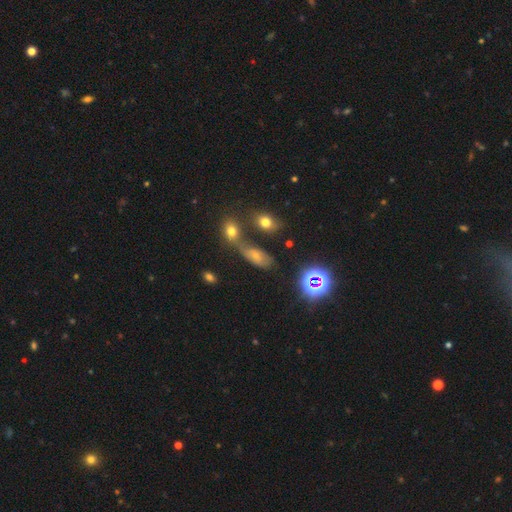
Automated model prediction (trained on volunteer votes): This is possibly a smooth galaxy (55%). How rounded: clearly in between (84%). Merging: marginally none (41%).